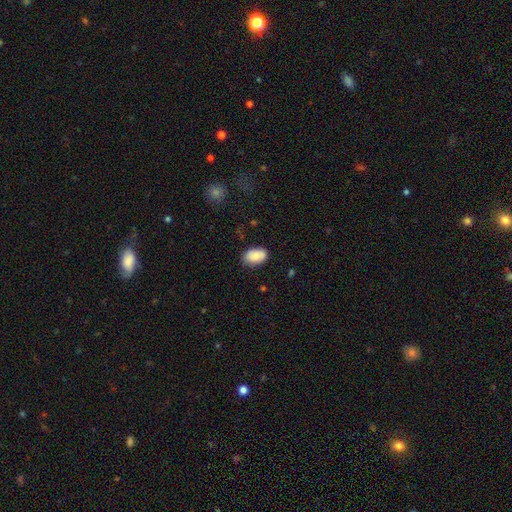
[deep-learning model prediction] A smooth galaxy with no disk features (85%) that is in between round and cigar-shaped (92%). Merging: none (78%).